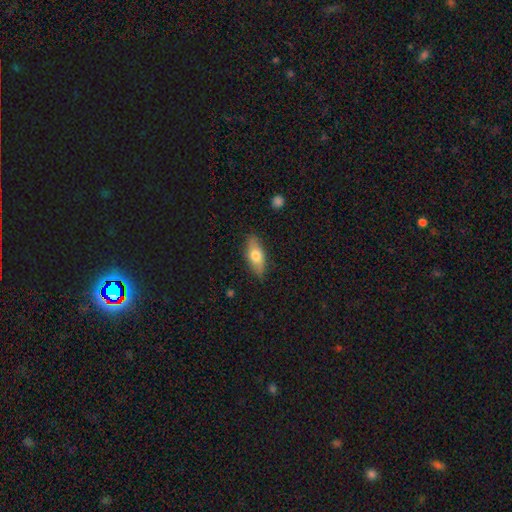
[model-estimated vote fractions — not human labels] This appears to be a smooth galaxy with no disk features (68%) that is in between round and cigar-shaped (77%). Merging: none (84%).